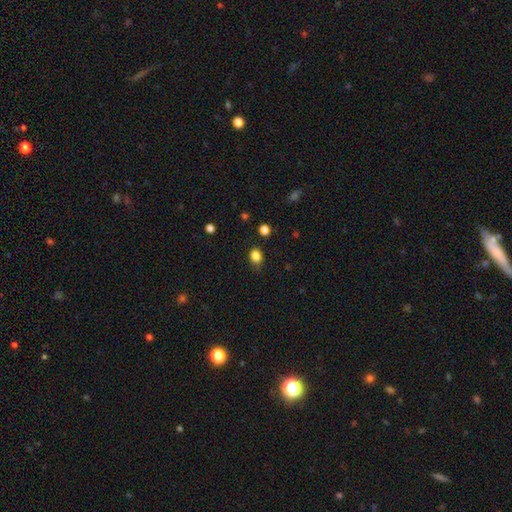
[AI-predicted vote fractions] Smooth or featured? smooth (84%)
How rounded? in between (60%)
Merging? none (77%)